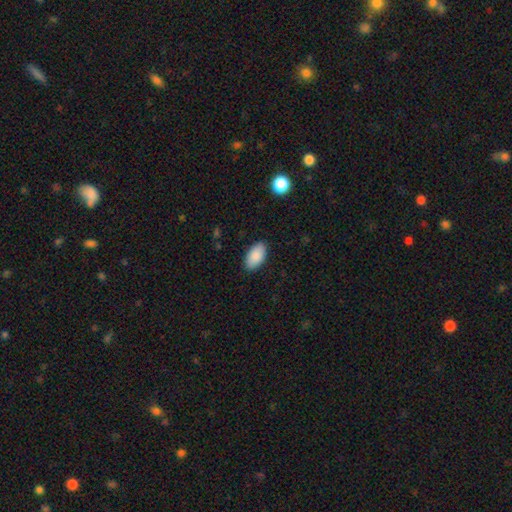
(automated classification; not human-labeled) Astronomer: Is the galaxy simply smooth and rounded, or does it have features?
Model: smooth — 89%.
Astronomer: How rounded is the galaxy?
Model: in between — 95%.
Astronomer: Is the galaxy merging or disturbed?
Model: none — 87%.